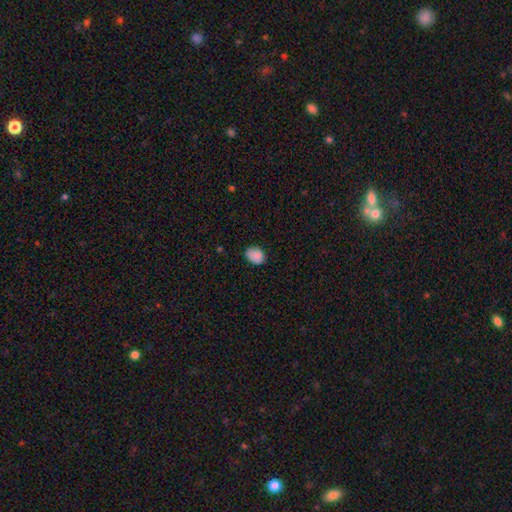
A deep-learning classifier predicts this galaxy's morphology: The model was most divided on "how rounded": in between: 68%, round: 31%, cigar-shaped: 1%. More confident: smooth or featured — smooth (86%); merging — none (77%).